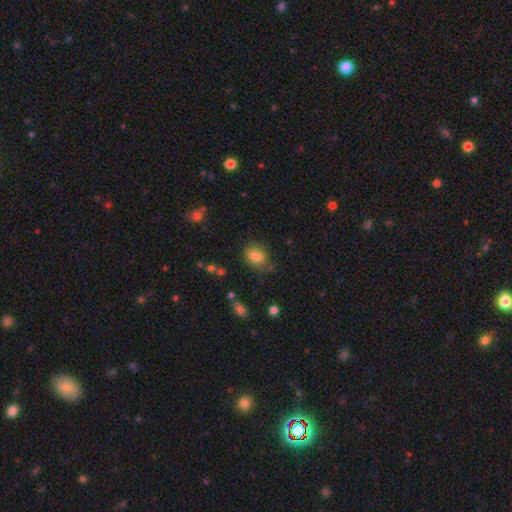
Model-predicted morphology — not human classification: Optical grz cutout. It shows a smooth galaxy with no disk features (82%) that is in between round and cigar-shaped (65%). Merging: none (72%).